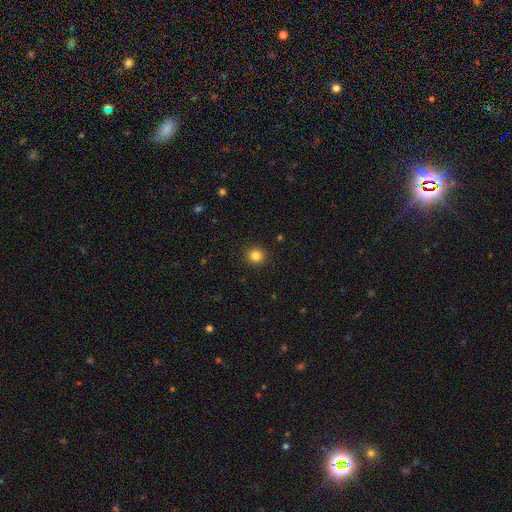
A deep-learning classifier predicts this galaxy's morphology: Smooth or featured?
  - smooth: 84% *
  - star or artifact: 12%
  - featured or disk: 4%
How rounded?
  - round: 91% *
  - in between: 8%
  - cigar-shaped: 1%
Merging?
  - none: 92% *
  - minor disturbance: 5%
  - major disturbance: 2%
  - merger: 1%